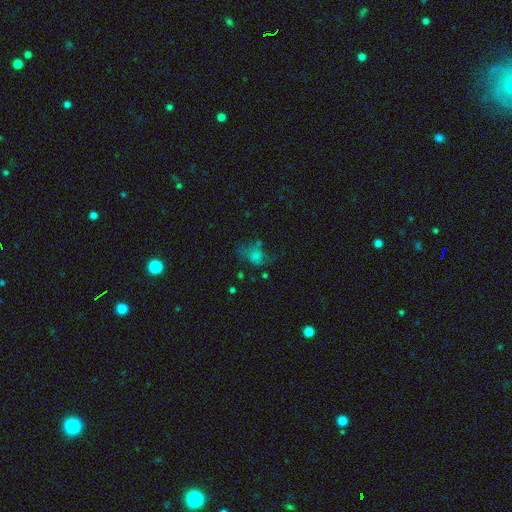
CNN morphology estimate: Smooth or featured? smooth (61%)
How rounded? in between (60%)
Merging? major disturbance (36%)